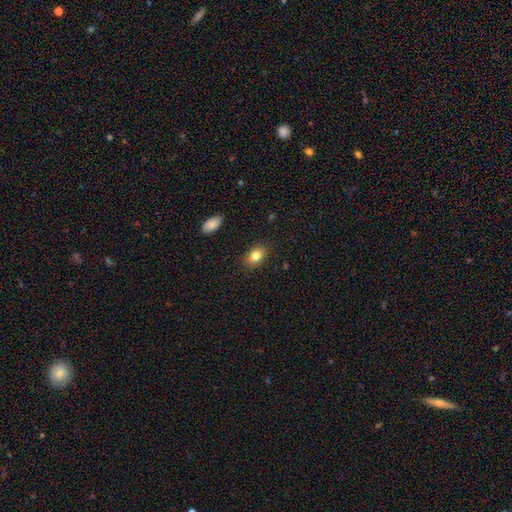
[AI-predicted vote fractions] smooth_or_featured: smooth (p=0.81) [alt: featured or disk p=0.10]
how_rounded: in between (p=0.81) [alt: round p=0.17]
merging: none (p=0.85) [alt: minor disturbance p=0.11]